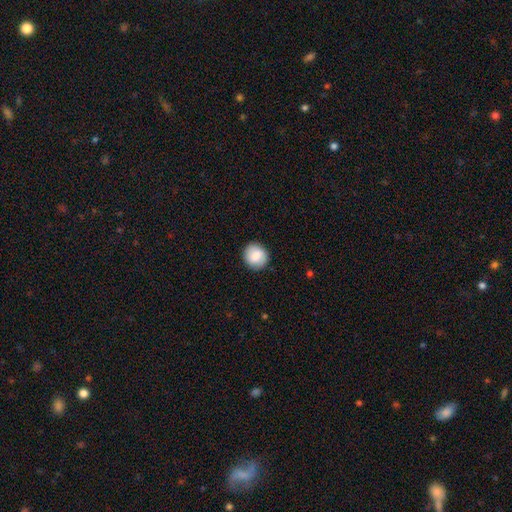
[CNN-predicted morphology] smooth-or-featured: smooth: 84% | featured or disk: 9% | star or artifact: 7%
  how-rounded: round: 85% | in between: 14% | cigar-shaped: 1%
  merging: none: 89% | minor disturbance: 8% | major disturbance: 2% | merger: 1%